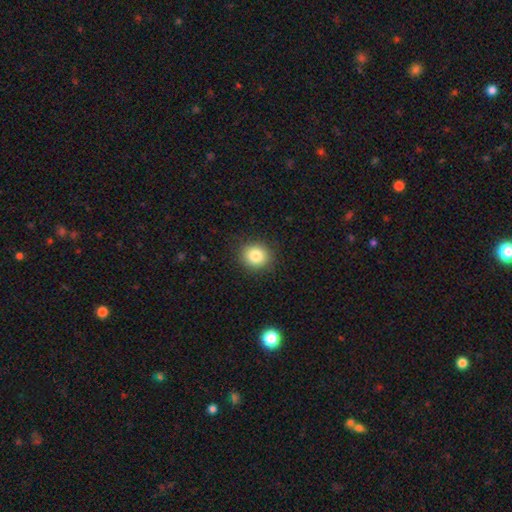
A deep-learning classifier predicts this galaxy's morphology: This appears to be a smooth galaxy with no disk features (83%) that is round (84%). Merging: none (90%).